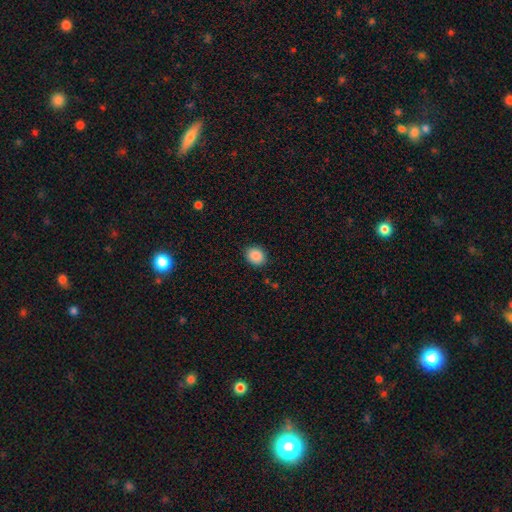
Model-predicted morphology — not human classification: The model was most divided on "how rounded": round: 60%, in between: 40%, cigar-shaped: 1%. More confident: smooth or featured — smooth (88%); merging — none (88%).